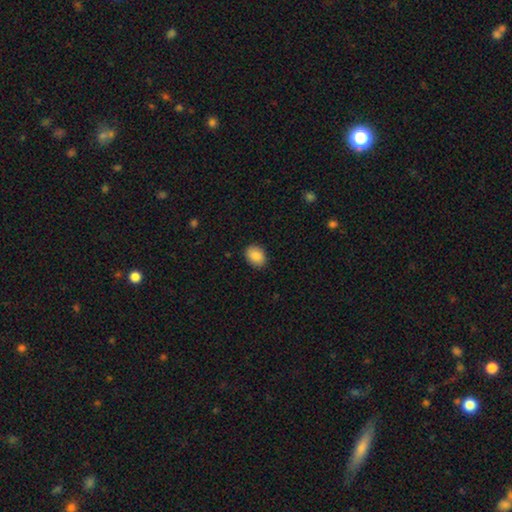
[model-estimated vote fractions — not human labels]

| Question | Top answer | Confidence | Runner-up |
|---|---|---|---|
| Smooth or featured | smooth | 88% | star or artifact (8%) |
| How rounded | in between | 62% | round (37%) |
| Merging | none | 89% | minor disturbance (8%) |